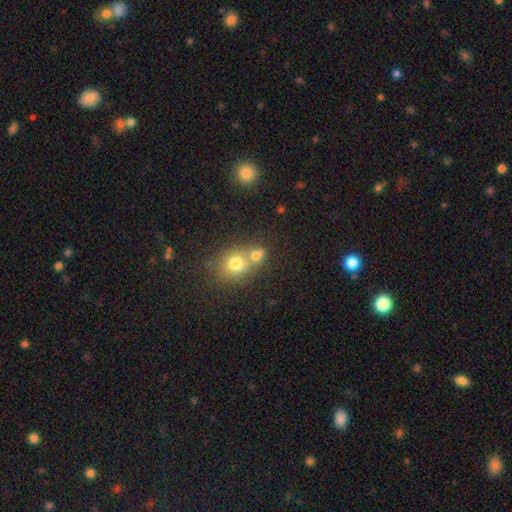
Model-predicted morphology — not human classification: A smooth galaxy with no disk features (70%) that is round (67%). Merging: merger (54%).